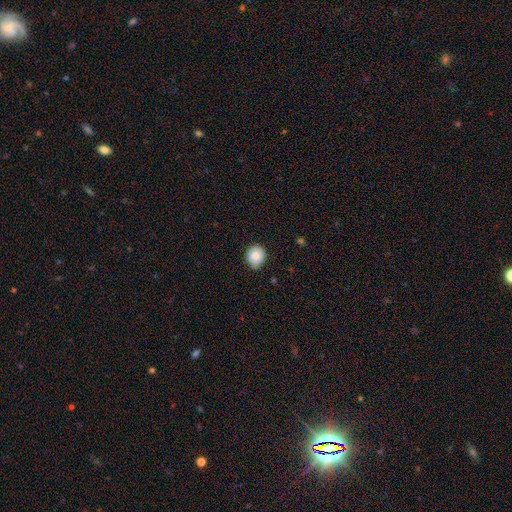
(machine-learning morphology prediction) Smooth or featured: smooth — 85% (star or artifact — 9%)
How rounded: round — 77% (in between — 22%)
Merging: none — 76% (minor disturbance — 20%)